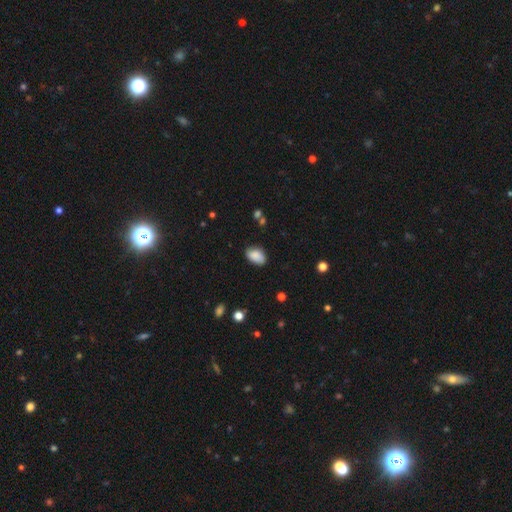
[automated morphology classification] smooth-or-featured: smooth: 87% | star or artifact: 7% | featured or disk: 6%
  how-rounded: in between: 90% | round: 8% | cigar-shaped: 1%
  merging: none: 79% | minor disturbance: 16% | major disturbance: 3% | merger: 2%